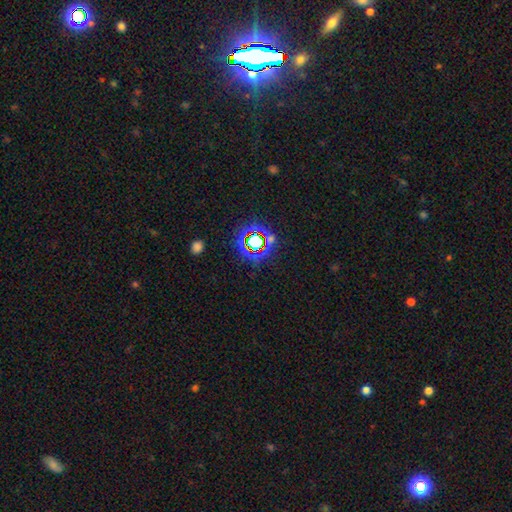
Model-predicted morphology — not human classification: The model was most divided on "smooth or featured": star or artifact: 77%, smooth: 14%, featured or disk: 9%.